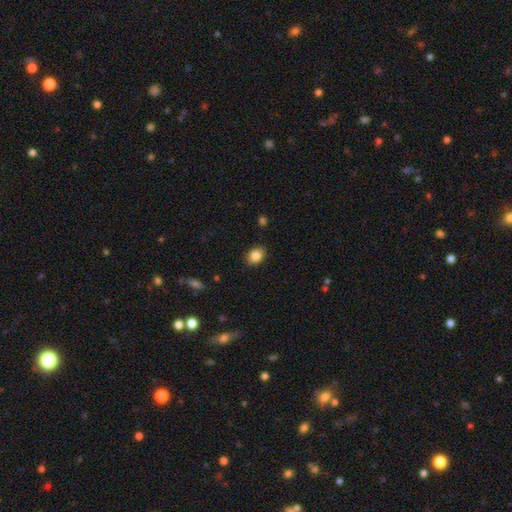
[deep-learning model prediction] A smooth galaxy with no disk features (85%) that is in between round and cigar-shaped (67%). Merging: none (88%).